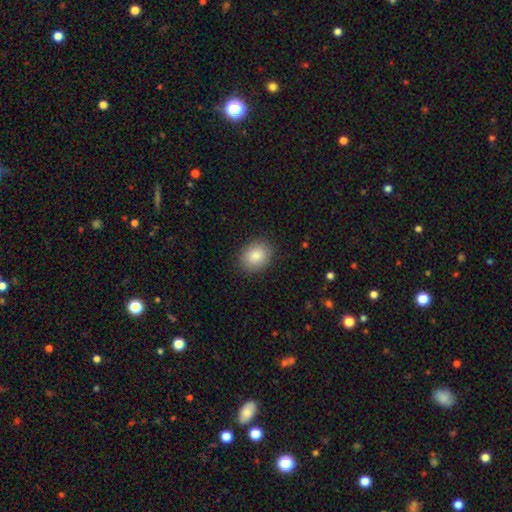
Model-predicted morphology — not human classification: Smooth or featured?
  - smooth: 86% *
  - star or artifact: 7%
  - featured or disk: 6%
How rounded?
  - in between: 54% *
  - round: 45%
  - cigar-shaped: 1%
Merging?
  - none: 88% *
  - minor disturbance: 9%
  - major disturbance: 2%
  - merger: 1%